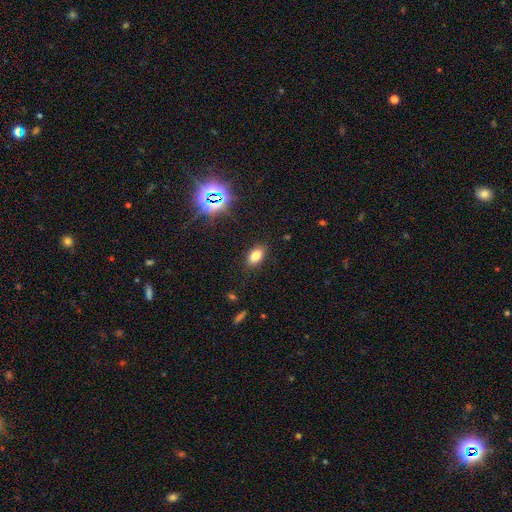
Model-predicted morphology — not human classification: Smooth or featured: smooth — 76% (star or artifact — 16%)
How rounded: in between — 89% (round — 8%)
Merging: none — 87% (minor disturbance — 9%)